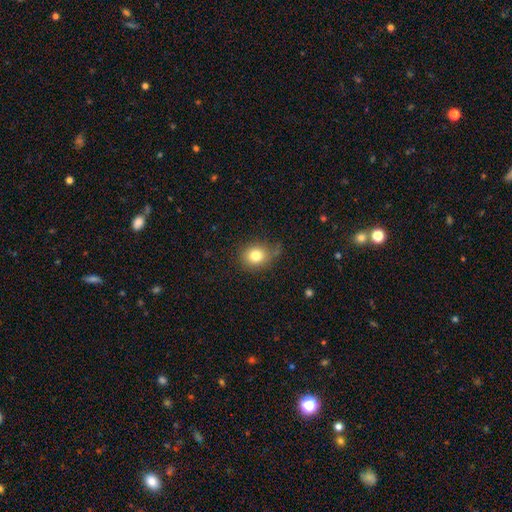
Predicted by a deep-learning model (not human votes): A smooth galaxy with no disk features (80%) that is round (70%). Merging: none (71%).